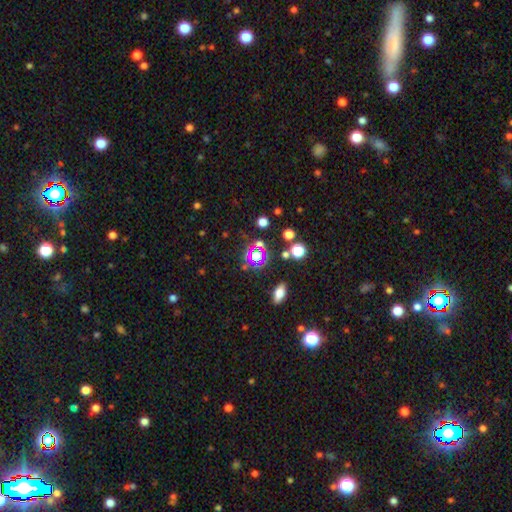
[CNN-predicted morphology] A star or artifact, not a galaxy (60%).